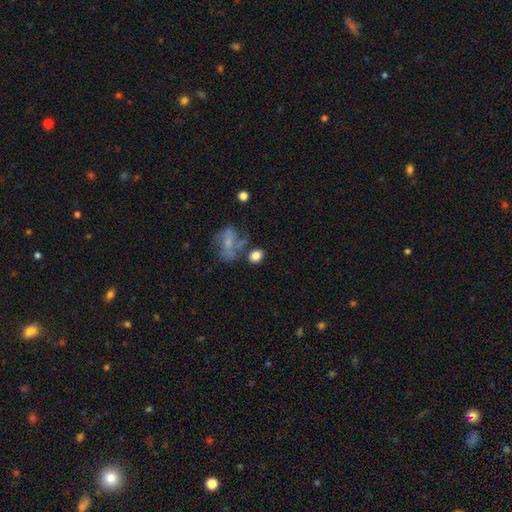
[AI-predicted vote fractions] Morphology: type=smooth (79%); roundness=in between (57%); merging=none (59%).